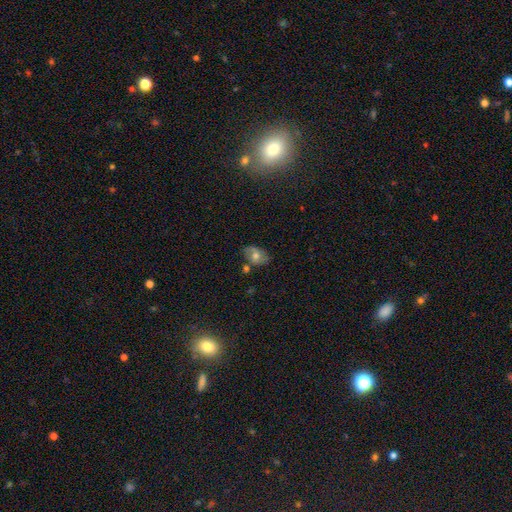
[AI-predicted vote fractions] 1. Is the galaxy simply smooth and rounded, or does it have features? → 54% smooth, 36% featured or disk, 10% star or artifact.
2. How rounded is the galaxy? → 81% in between, 17% round, 2% cigar-shaped.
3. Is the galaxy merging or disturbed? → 62% none, 23% minor disturbance, 9% merger, 6% major disturbance.